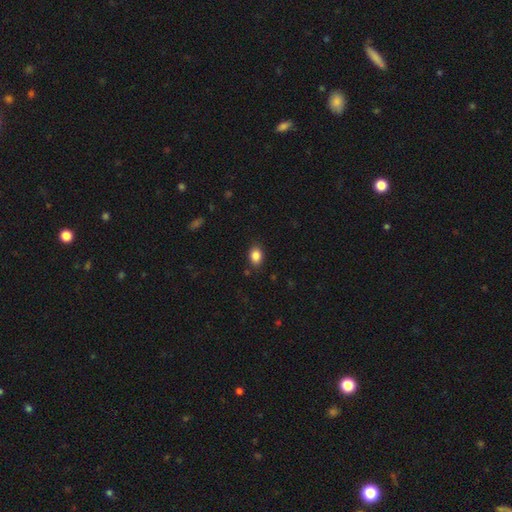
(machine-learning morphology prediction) Q: Smooth or featured?
A: smooth (86%); runner-up: star or artifact (9%)
Q: How rounded?
A: in between (71%); runner-up: round (28%)
Q: Merging?
A: none (84%); runner-up: minor disturbance (12%)